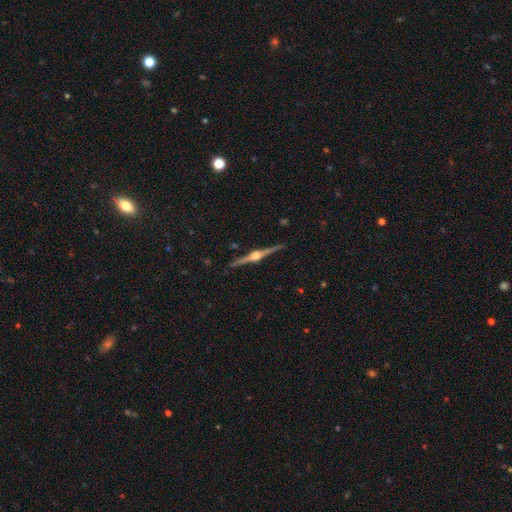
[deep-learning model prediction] A featured or disk galaxy (89%) viewed edge-on (99%) with a rounded central bulge (94%). Merging: none (91%).